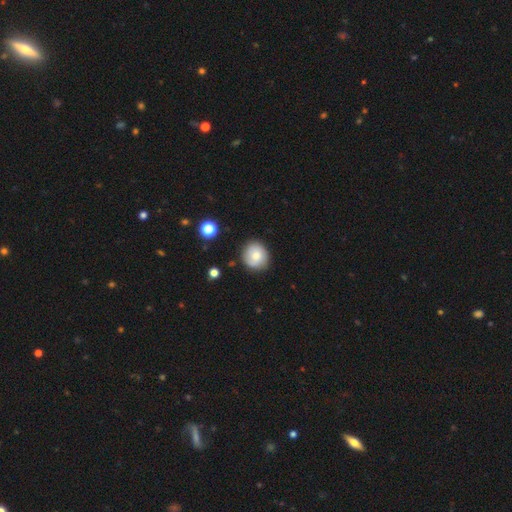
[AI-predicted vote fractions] Overall: smooth (73%). How rounded: round (85%). Merging: none (83%).